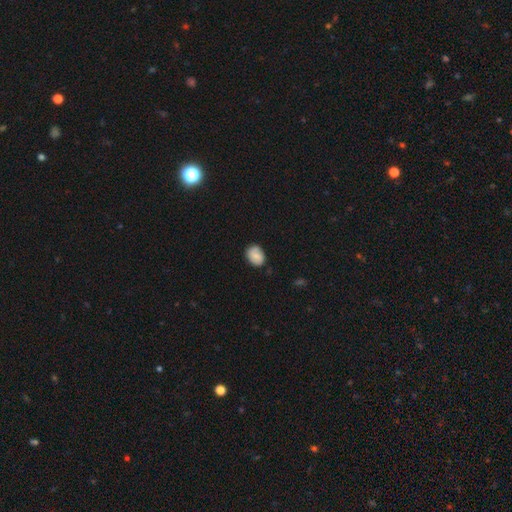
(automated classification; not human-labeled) Morphology: type=smooth (75%); roundness=in between (61%); merging=none (80%).